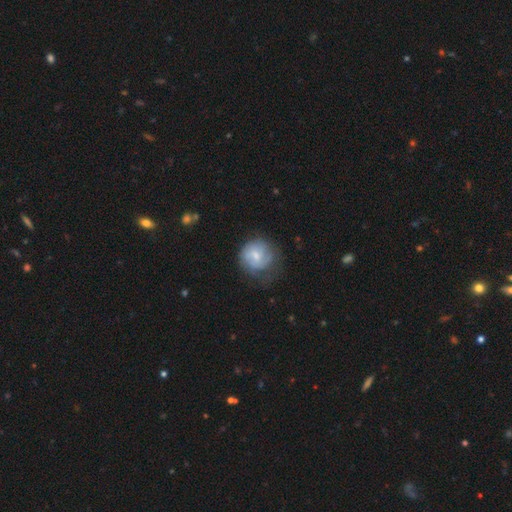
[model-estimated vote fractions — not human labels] Overall: smooth (56%; featured or disk 37%). How rounded: round (85%). Merging: none (54%; minor disturbance 27%).